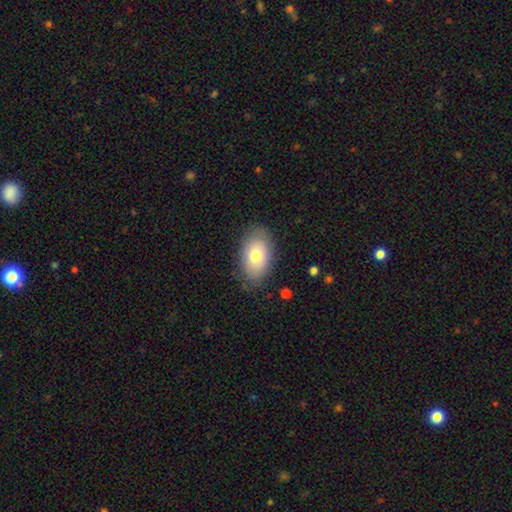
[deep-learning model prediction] Smooth or featured? Predicted: smooth (p=0.75). How rounded? Predicted: in between (p=0.89). Merging? Predicted: none (p=0.82).